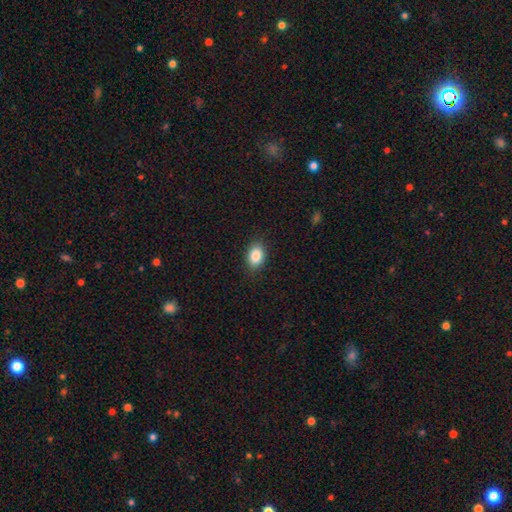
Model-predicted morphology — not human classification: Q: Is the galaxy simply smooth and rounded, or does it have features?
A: smooth — 85%.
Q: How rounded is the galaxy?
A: in between — 81%.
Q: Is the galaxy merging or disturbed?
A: none — 86%.